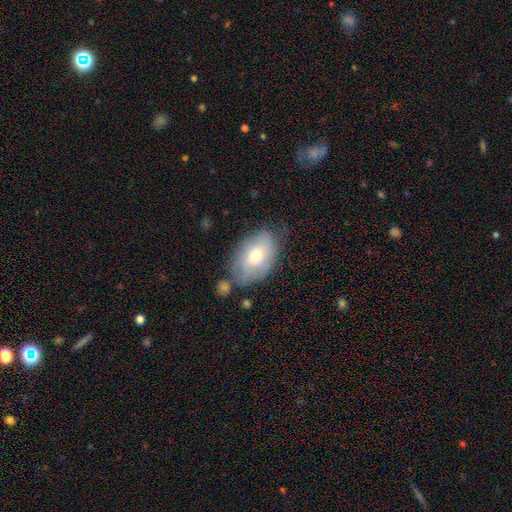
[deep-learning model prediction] Q: Smooth or featured?
A: smooth (63%); runner-up: featured or disk (30%)
Q: How rounded?
A: in between (91%); runner-up: round (8%)
Q: Merging?
A: none (64%); runner-up: minor disturbance (23%)